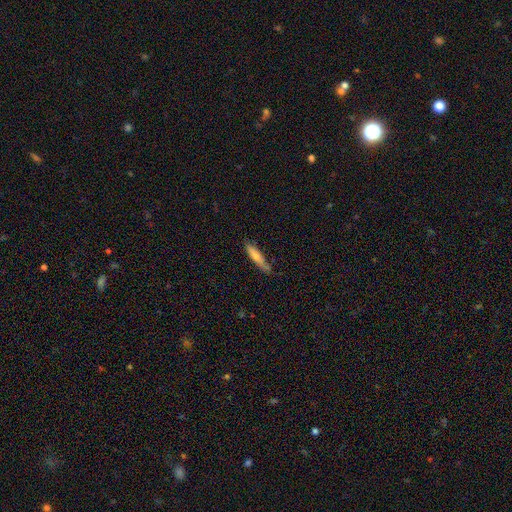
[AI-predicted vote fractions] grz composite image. It shows a smooth galaxy with no disk features (69%) that is cigar-shaped (83%). Merging: none (74%).